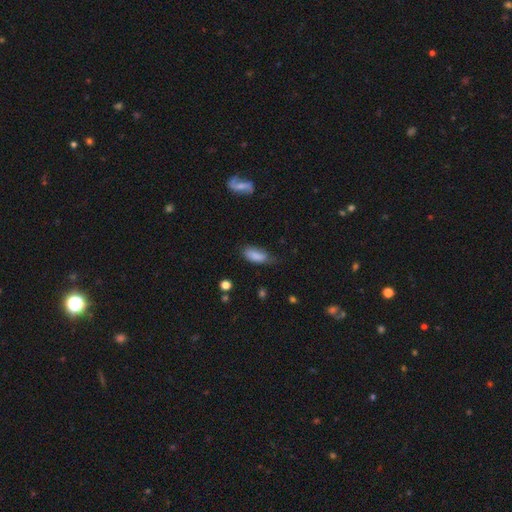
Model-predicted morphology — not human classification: Smooth or featured? smooth (86%)
How rounded? in between (84%)
Merging? none (56%)